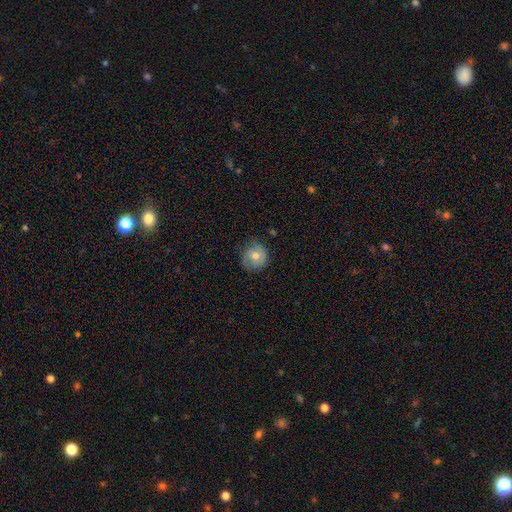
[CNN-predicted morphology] Overall: smooth (57%; featured or disk 36%). How rounded: round (88%). Merging: none (70%).